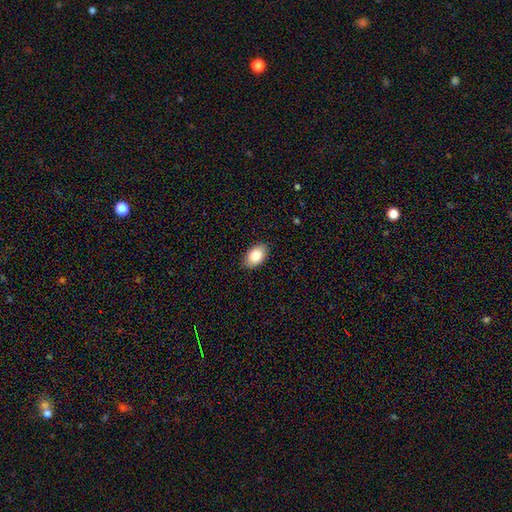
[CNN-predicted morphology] This is clearly a smooth galaxy (85%). How rounded: clearly in between (90%). Merging: clearly none (88%).